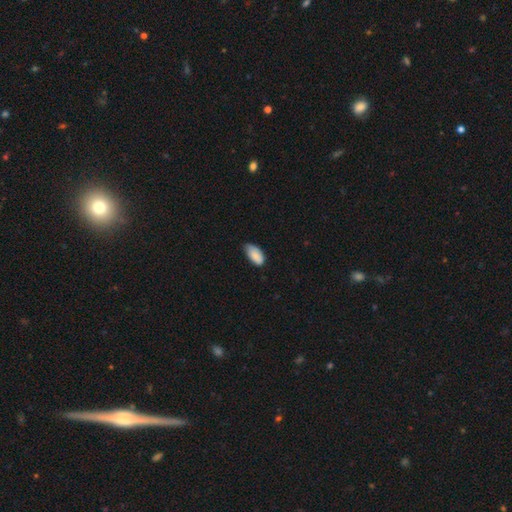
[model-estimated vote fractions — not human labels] Morphology: type=smooth (86%); roundness=in between (94%); merging=none (53%).